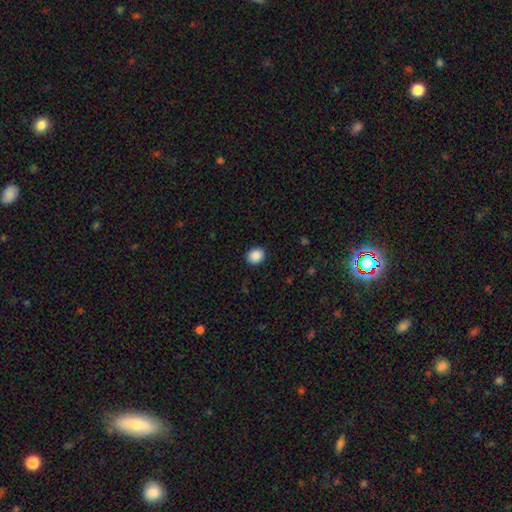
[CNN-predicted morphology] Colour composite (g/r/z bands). It shows a smooth galaxy with no disk features (89%) that is round (63%). Merging: none (90%).